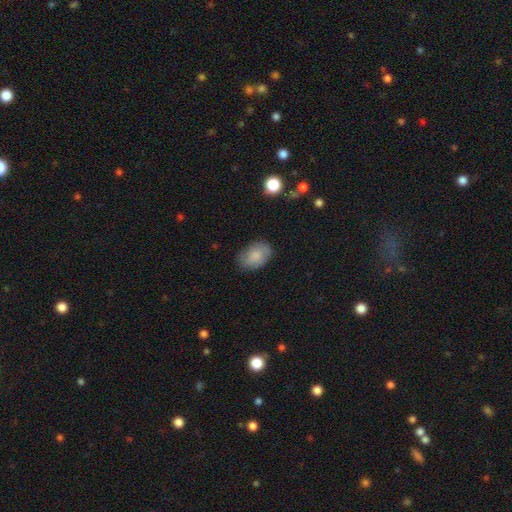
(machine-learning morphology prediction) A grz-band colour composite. It shows a smooth galaxy with no disk features (81%) that is in between round and cigar-shaped (83%). Merging: none (77%).